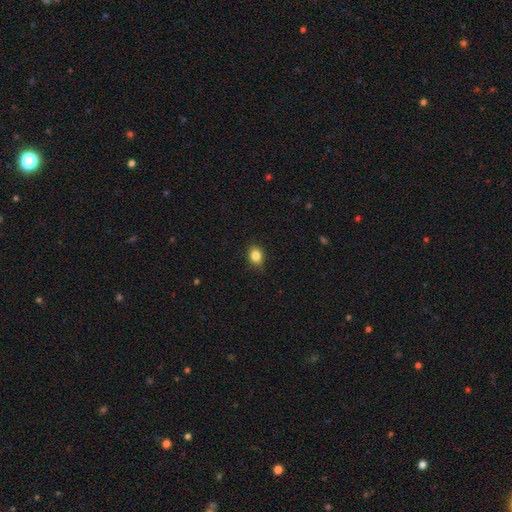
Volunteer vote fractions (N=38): Smooth or featured? smooth (97%)
How rounded? round (59%)
Merging? none (81%)